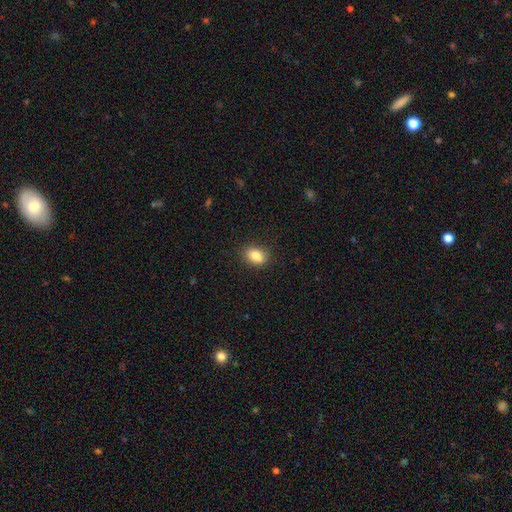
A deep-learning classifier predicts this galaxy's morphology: Q: Smooth or featured?
A: smooth (84%); runner-up: star or artifact (9%)
Q: How rounded?
A: in between (73%); runner-up: round (26%)
Q: Merging?
A: none (84%); runner-up: minor disturbance (11%)